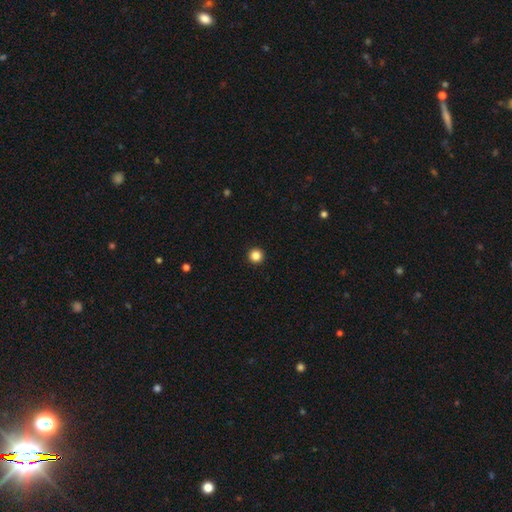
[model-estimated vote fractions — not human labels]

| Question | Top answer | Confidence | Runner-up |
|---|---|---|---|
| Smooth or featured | smooth | 85% | star or artifact (11%) |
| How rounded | round | 97% | in between (2%) |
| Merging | none | 94% | minor disturbance (3%) |